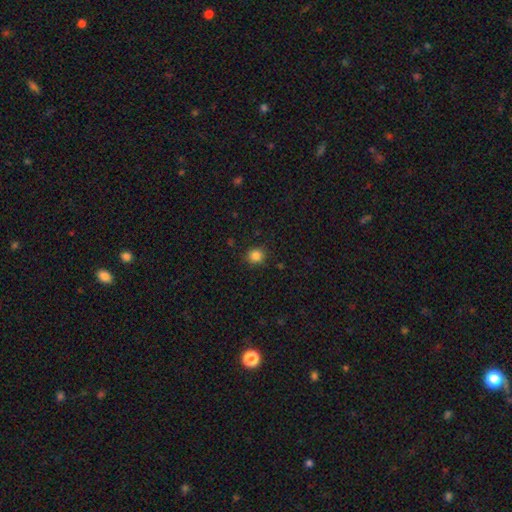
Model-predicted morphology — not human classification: Smooth or featured? Predicted: smooth (p=0.84). How rounded? Predicted: round (p=0.87). Merging? Predicted: none (p=0.88).